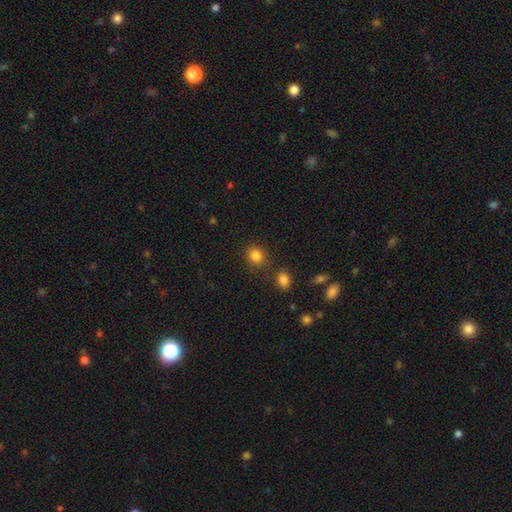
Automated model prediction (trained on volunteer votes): Smooth or featured? Predicted: smooth (p=0.84). How rounded? Predicted: round (p=0.80). Merging? Predicted: none (p=0.83).